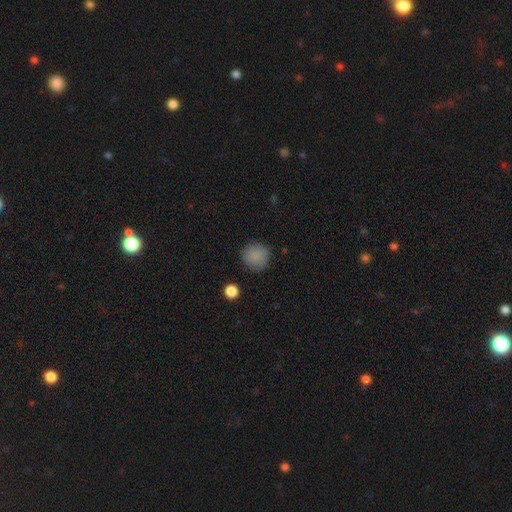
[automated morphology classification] Smooth or featured?
  - smooth: 86% *
  - star or artifact: 10%
  - featured or disk: 4%
How rounded?
  - round: 92% *
  - in between: 7%
  - cigar-shaped: 1%
Merging?
  - none: 85% *
  - minor disturbance: 10%
  - major disturbance: 3%
  - merger: 1%